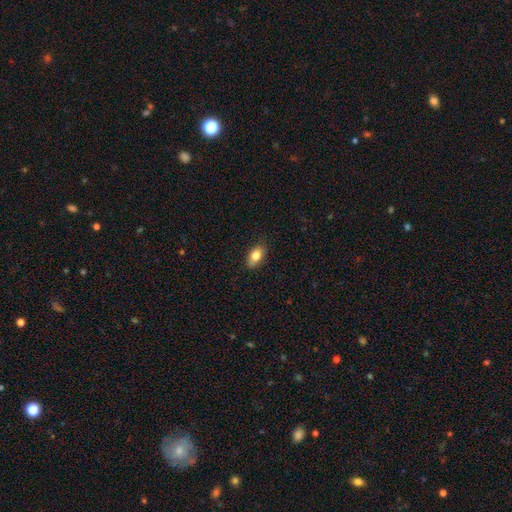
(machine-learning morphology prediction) Overall: smooth (83%). How rounded: in between (89%). Merging: none (86%).